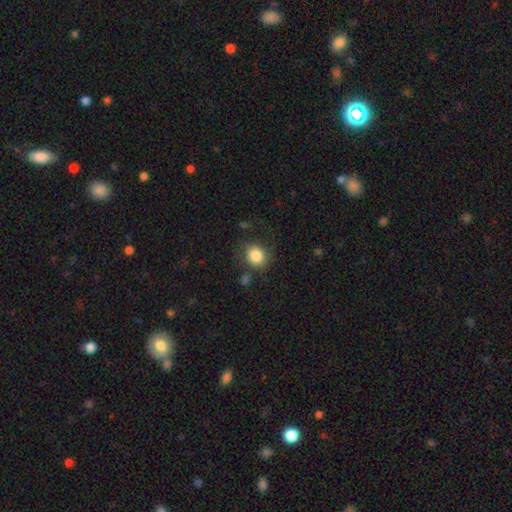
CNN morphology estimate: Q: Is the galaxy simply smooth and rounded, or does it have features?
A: smooth — 85%.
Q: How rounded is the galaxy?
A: round — 73%.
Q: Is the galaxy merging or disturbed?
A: none — 75%.